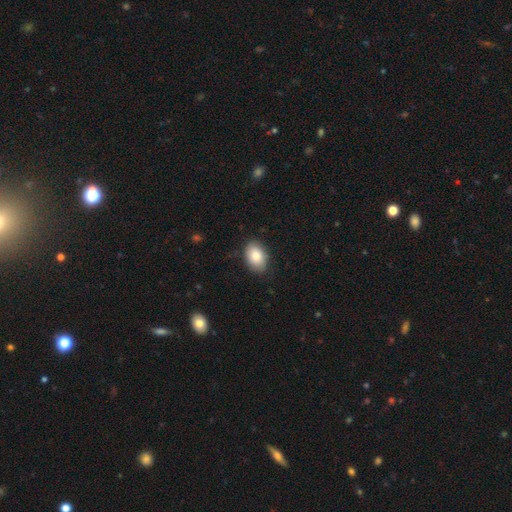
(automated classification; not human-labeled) Smooth or featured: smooth — 83% (featured or disk — 10%)
How rounded: in between — 86% (round — 13%)
Merging: none — 83% (minor disturbance — 14%)